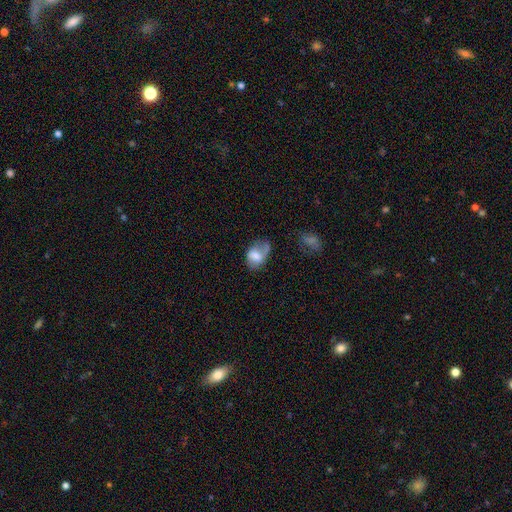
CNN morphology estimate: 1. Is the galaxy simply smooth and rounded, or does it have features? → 61% smooth, 30% featured or disk, 9% star or artifact.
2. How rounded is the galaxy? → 81% in between, 18% round, 1% cigar-shaped.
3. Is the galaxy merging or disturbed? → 34% none, 31% minor disturbance, 27% major disturbance, 8% merger.